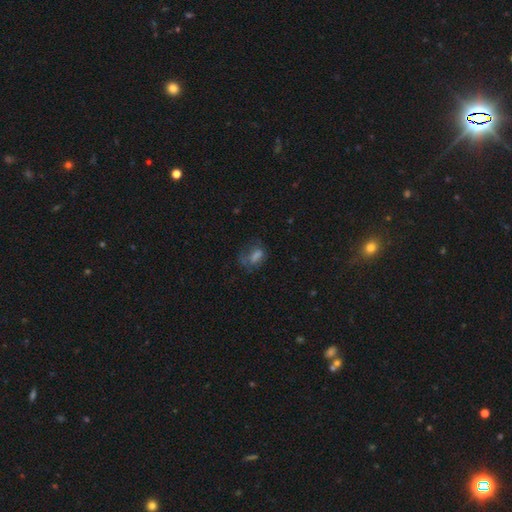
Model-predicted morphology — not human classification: smooth-or-featured: smooth: 43% | star or artifact: 29% | featured or disk: 28%
  merging: none: 47% | major disturbance: 27% | minor disturbance: 21% | merger: 4%